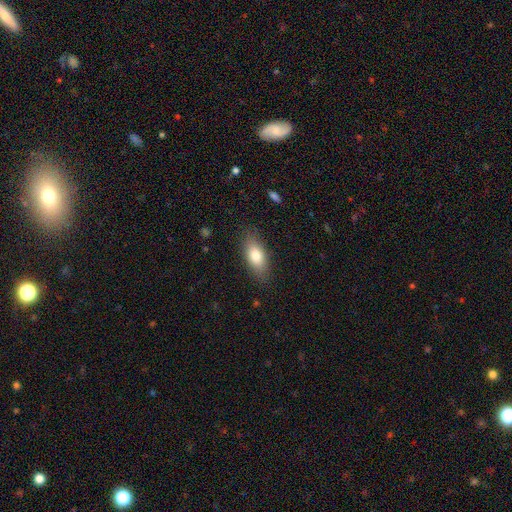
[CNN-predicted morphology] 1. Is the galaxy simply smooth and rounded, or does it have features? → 78% smooth, 15% featured or disk, 7% star or artifact.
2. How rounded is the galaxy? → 81% in between, 15% cigar-shaped, 4% round.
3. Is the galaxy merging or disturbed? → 84% none, 12% minor disturbance, 3% major disturbance, 1% merger.